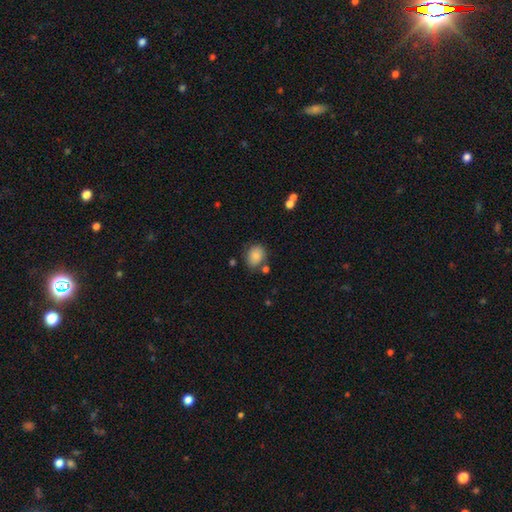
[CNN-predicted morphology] A smooth galaxy with no disk features (84%) that is round (55%). Merging: none (70%).